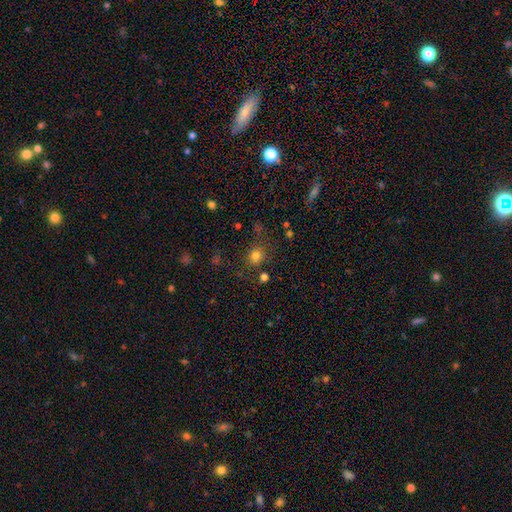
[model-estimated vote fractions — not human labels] A smooth galaxy with no disk features (77%) that is round (82%). Merging: none (73%).